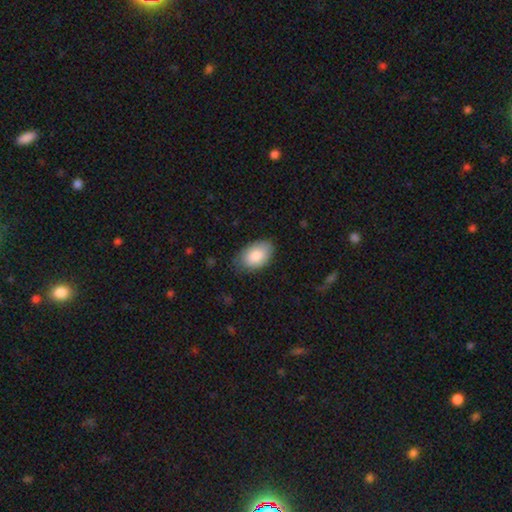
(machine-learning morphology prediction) Q: Smooth or featured?
A: smooth (84%); runner-up: featured or disk (10%)
Q: How rounded?
A: in between (92%); runner-up: round (7%)
Q: Merging?
A: none (75%); runner-up: minor disturbance (20%)